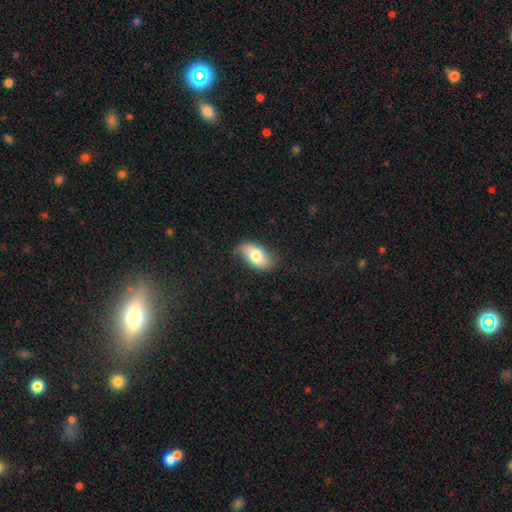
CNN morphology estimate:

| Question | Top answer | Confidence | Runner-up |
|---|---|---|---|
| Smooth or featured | smooth | 73% | featured or disk (21%) |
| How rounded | in between | 93% | round (5%) |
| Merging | none | 69% | minor disturbance (24%) |